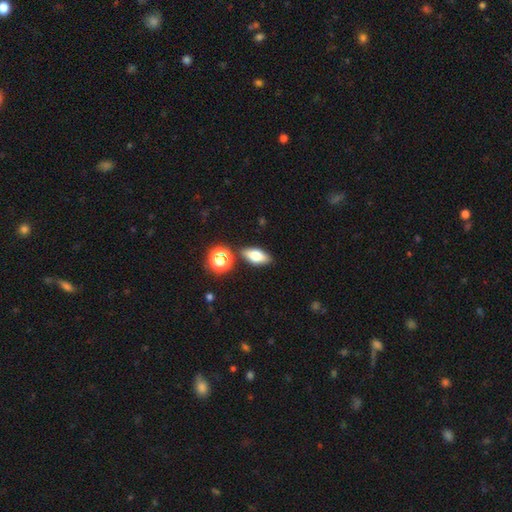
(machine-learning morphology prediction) smooth 69%, featured or disk 20%, star or artifact 10%. Down the decision tree: how rounded — in between (75%); merging — none (81%).